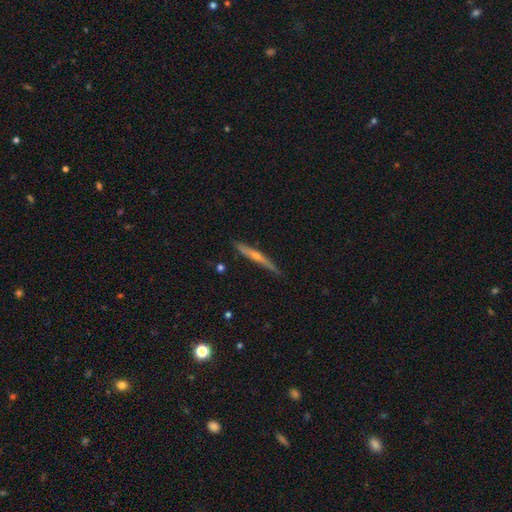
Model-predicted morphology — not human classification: Q: Smooth or featured?
A: featured or disk (68%); runner-up: smooth (26%)
Q: Edge-on disk?
A: yes (96%); runner-up: no (4%)
Q: Edge-on bulge?
A: rounded (76%); runner-up: none (21%)
Q: Merging?
A: none (83%); runner-up: minor disturbance (14%)